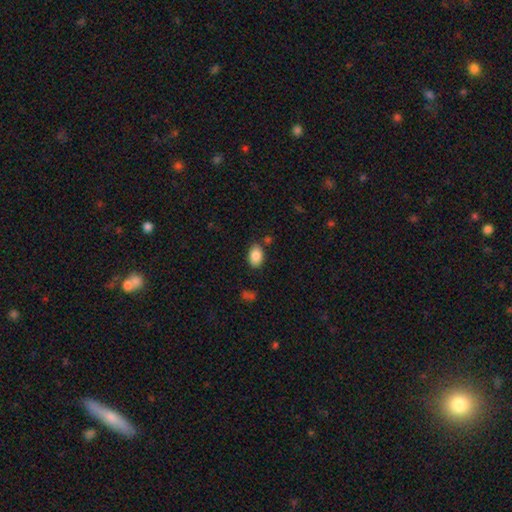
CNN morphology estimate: A smooth galaxy with no disk features (87%) that is in between round and cigar-shaped (88%).

Vote fractions:
- Smooth or featured? smooth: 87% / star or artifact: 7% / featured or disk: 5%
- How rounded? in between: 88% / round: 10% / cigar-shaped: 1%
- Merging? none: 80% / minor disturbance: 12% / merger: 5% / major disturbance: 3%